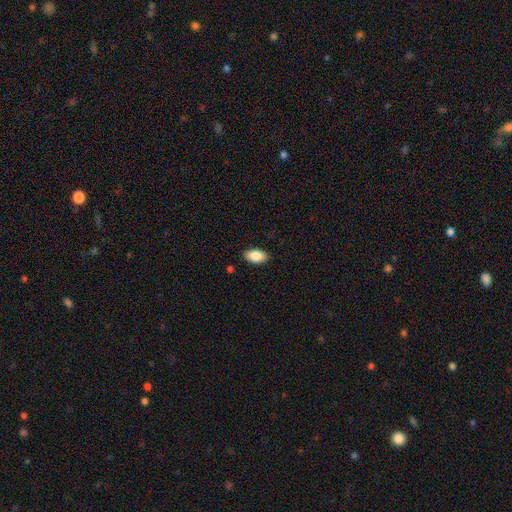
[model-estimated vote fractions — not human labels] smooth-or-featured: smooth: 85% | featured or disk: 8% | star or artifact: 7%
  how-rounded: in between: 94% | round: 4% | cigar-shaped: 3%
  merging: none: 88% | minor disturbance: 9% | major disturbance: 2% | merger: 1%